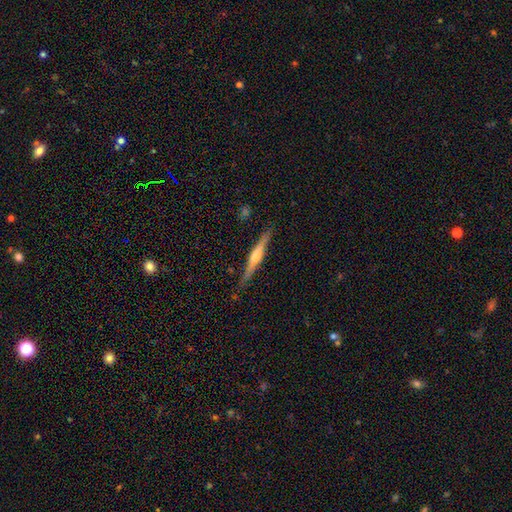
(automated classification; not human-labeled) Smooth or featured? Predicted: featured or disk (p=0.77). Edge-on disk? Predicted: yes (p=0.98). Edge-on bulge? Predicted: rounded (p=0.72). Merging? Predicted: none (p=0.87).